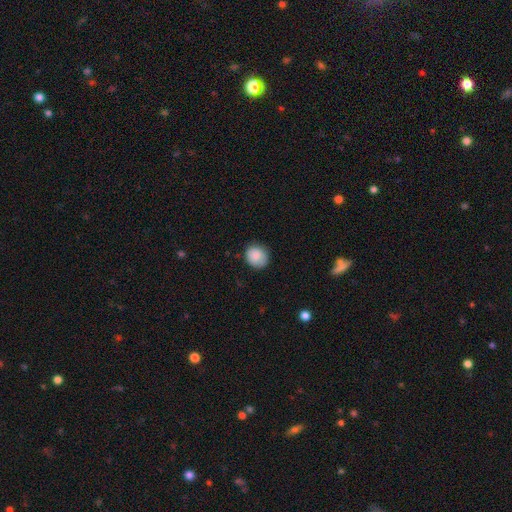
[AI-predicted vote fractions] Smooth or featured?
  - smooth: 86% *
  - star or artifact: 8%
  - featured or disk: 6%
How rounded?
  - round: 81% *
  - in between: 18%
  - cigar-shaped: 1%
Merging?
  - none: 78% *
  - minor disturbance: 18%
  - major disturbance: 3%
  - merger: 1%